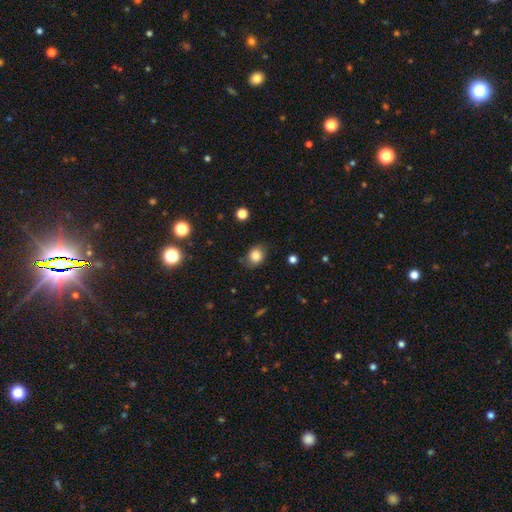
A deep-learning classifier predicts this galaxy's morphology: Smooth or featured? Predicted: smooth (p=0.84). How rounded? Predicted: round (p=0.57). Merging? Predicted: none (p=0.78).